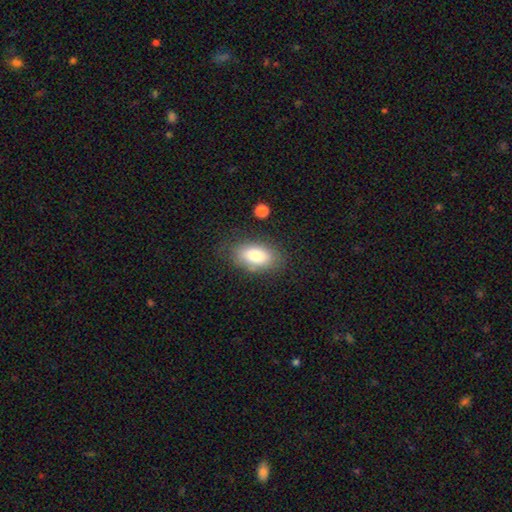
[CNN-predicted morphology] Smooth or featured?
  - smooth: 82% *
  - featured or disk: 11%
  - star or artifact: 7%
How rounded?
  - in between: 92% *
  - round: 5%
  - cigar-shaped: 4%
Merging?
  - none: 77% *
  - minor disturbance: 15%
  - major disturbance: 5%
  - merger: 3%